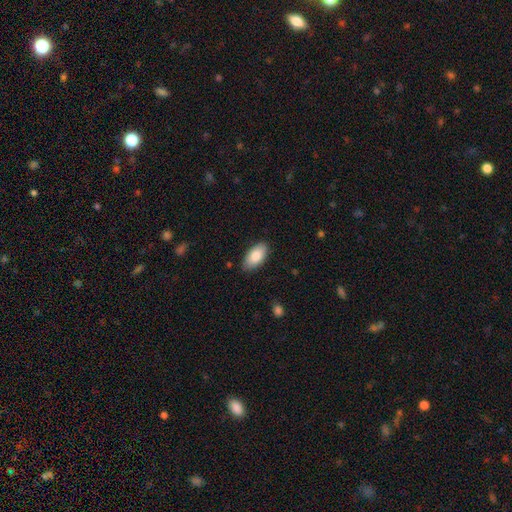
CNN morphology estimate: The model was most divided on "merging": none: 85%, minor disturbance: 12%, major disturbance: 2%, merger: 1%. More confident: how rounded — in between (94%); smooth or featured — smooth (85%).